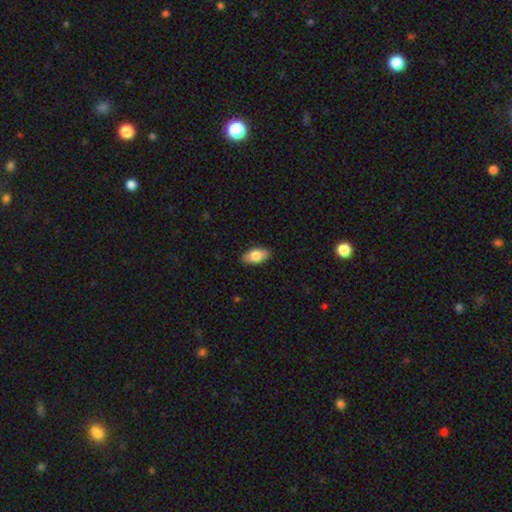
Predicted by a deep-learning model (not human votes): Overall: smooth (80%). How rounded: in between (92%). Merging: none (87%).